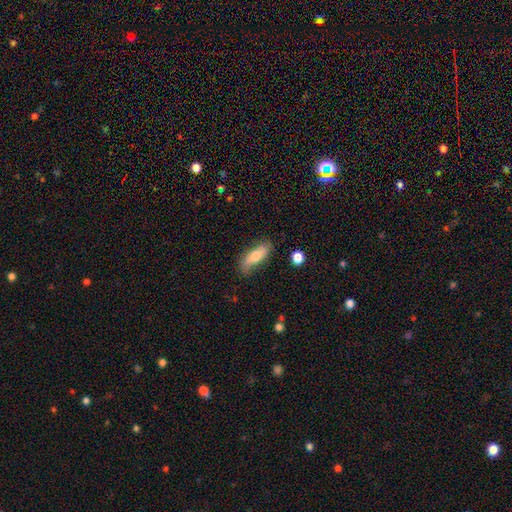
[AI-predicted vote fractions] This appears to be a smooth galaxy with no disk features (67%) that is in between round and cigar-shaped (59%). Merging: none (70%).